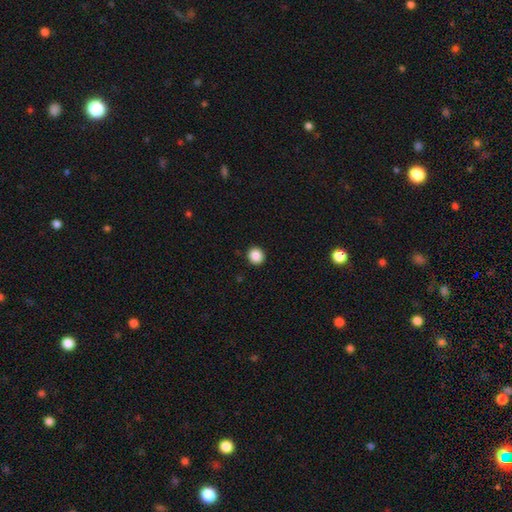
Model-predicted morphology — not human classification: Smooth or featured? Predicted: smooth (p=0.88). How rounded? Predicted: round (p=0.90). Merging? Predicted: none (p=0.93).